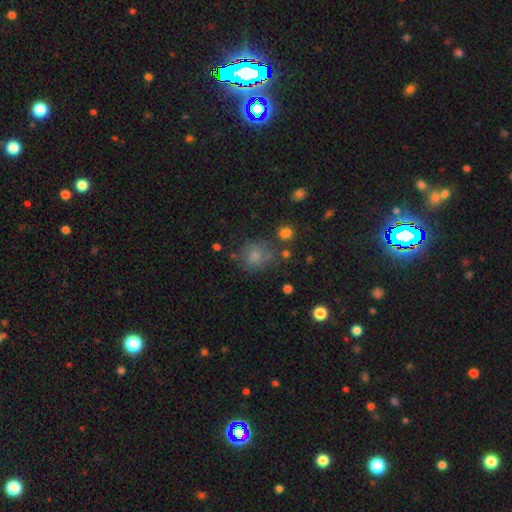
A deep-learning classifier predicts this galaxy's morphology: A smooth galaxy with no disk features (75%) that is round (79%). Merging: none (60%).